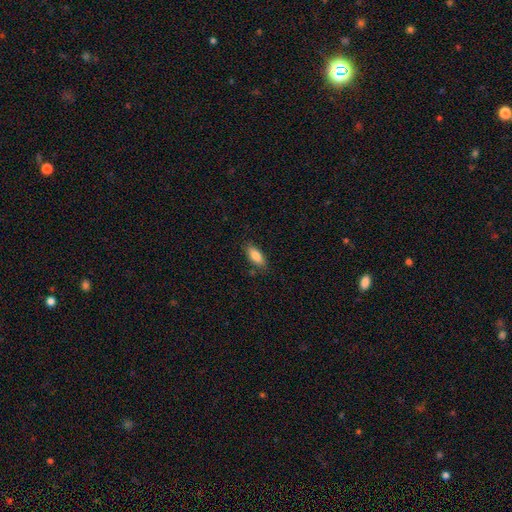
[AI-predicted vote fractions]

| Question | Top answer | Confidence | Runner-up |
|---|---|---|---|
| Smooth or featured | smooth | 84% | featured or disk (10%) |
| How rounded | in between | 80% | cigar-shaped (18%) |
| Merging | none | 82% | minor disturbance (13%) |